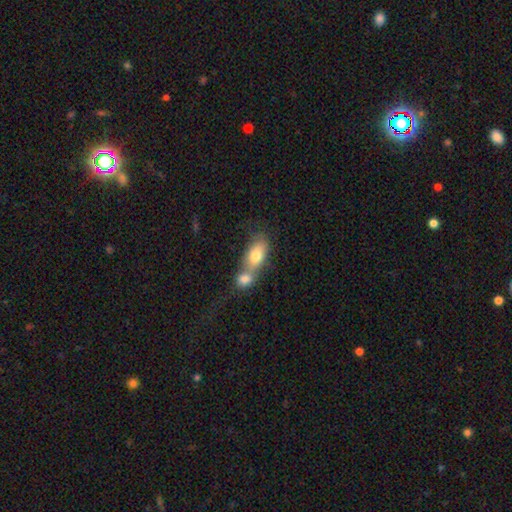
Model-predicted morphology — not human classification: This appears to be a smooth galaxy with no disk features (74%) that is in between round and cigar-shaped (83%). Merging: merger (68%).